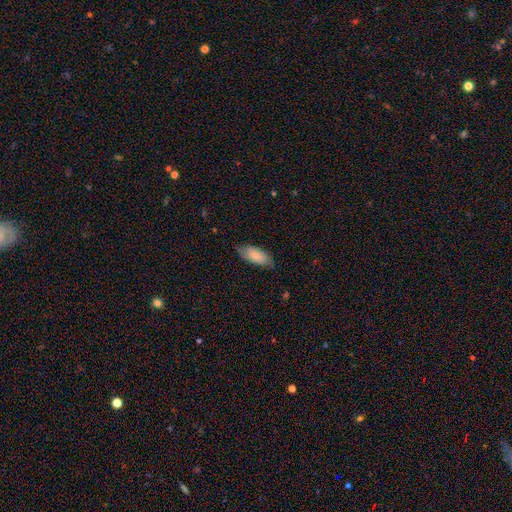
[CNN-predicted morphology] Smooth or featured: smooth — 75% (featured or disk — 19%)
How rounded: in between — 85% (cigar-shaped — 13%)
Merging: none — 72% (minor disturbance — 23%)